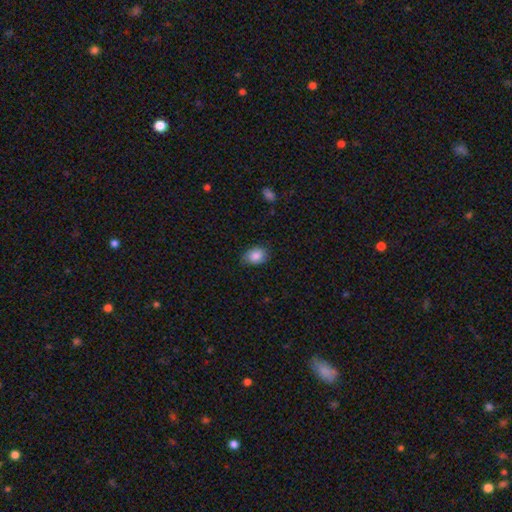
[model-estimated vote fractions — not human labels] Smooth or featured? Predicted: smooth (p=0.85). How rounded? Predicted: in between (p=0.78). Merging? Predicted: none (p=0.74).